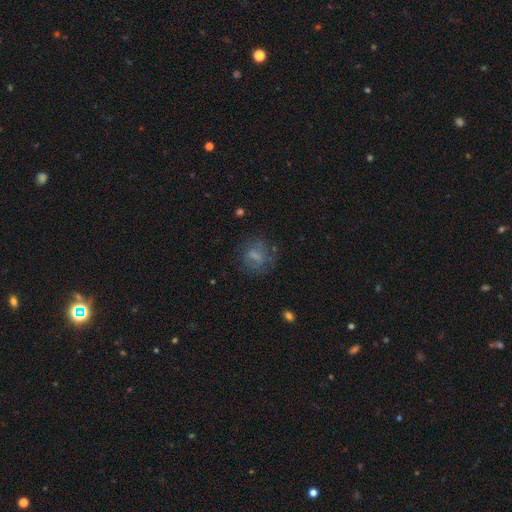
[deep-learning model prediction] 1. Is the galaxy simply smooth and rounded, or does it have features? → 61% smooth, 27% featured or disk, 12% star or artifact.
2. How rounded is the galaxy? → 59% round, 38% in between, 3% cigar-shaped.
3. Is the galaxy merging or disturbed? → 64% none, 20% minor disturbance, 14% major disturbance, 3% merger.